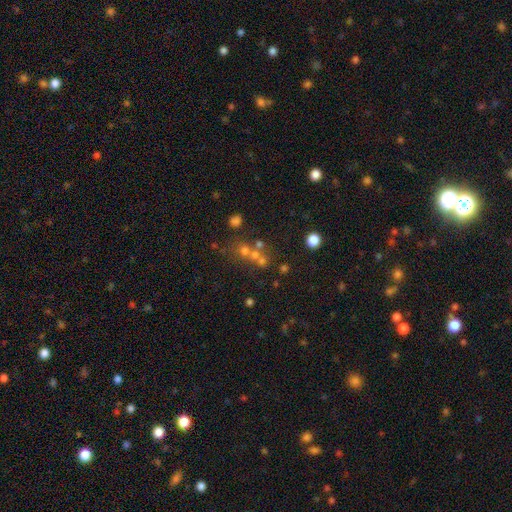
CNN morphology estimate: The model was most divided on "merging": none: 46%, merger: 40%, minor disturbance: 8%, major disturbance: 6%. Remaining: smooth or featured — smooth (42%).